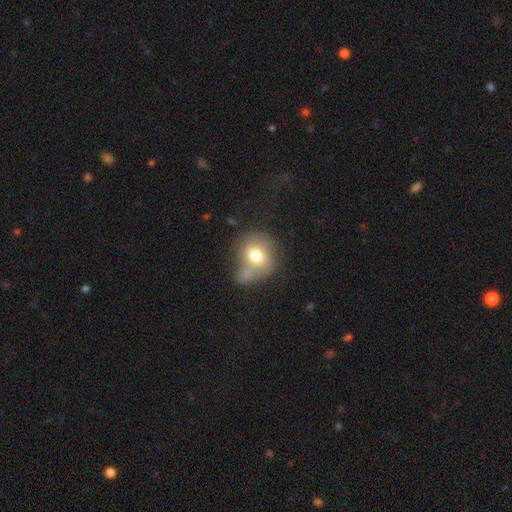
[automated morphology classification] smooth 73%, featured or disk 18%, star or artifact 9%. Down the decision tree: how rounded — round (71%); merging — none (39%).